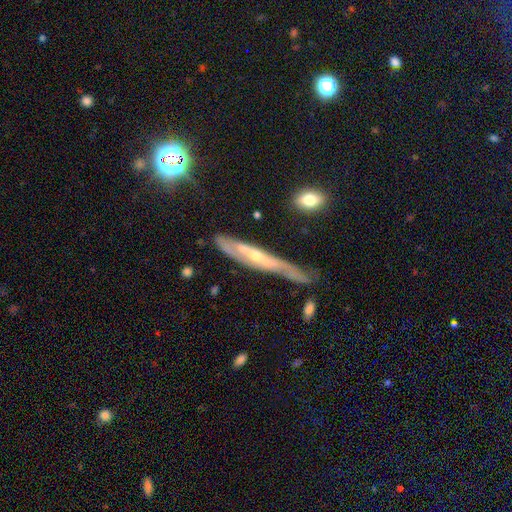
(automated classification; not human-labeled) This is likely a featured or disk galaxy (76%). It is likely viewed edge-on (63%). Merging: possibly none (55%).